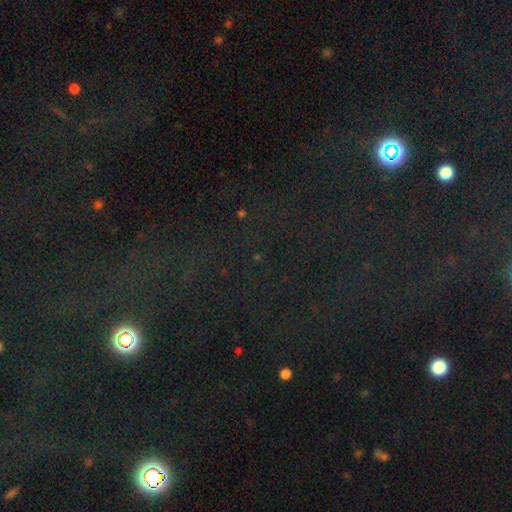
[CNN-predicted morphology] Q: Smooth or featured?
A: star or artifact (73%); runner-up: smooth (16%)